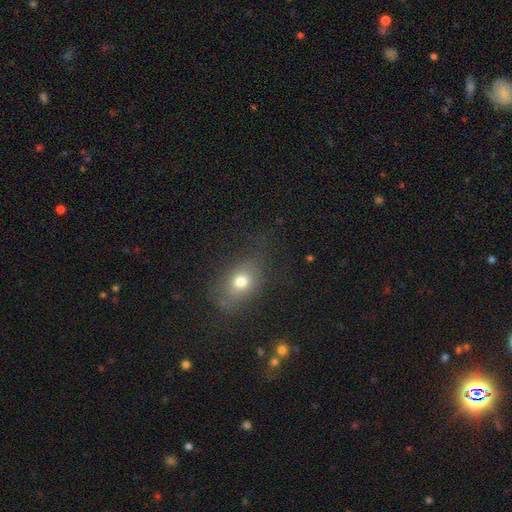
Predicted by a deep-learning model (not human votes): The model was most divided on "how rounded": in between: 67%, round: 30%, cigar-shaped: 3%. More confident: merging — none (79%); smooth or featured — smooth (63%).